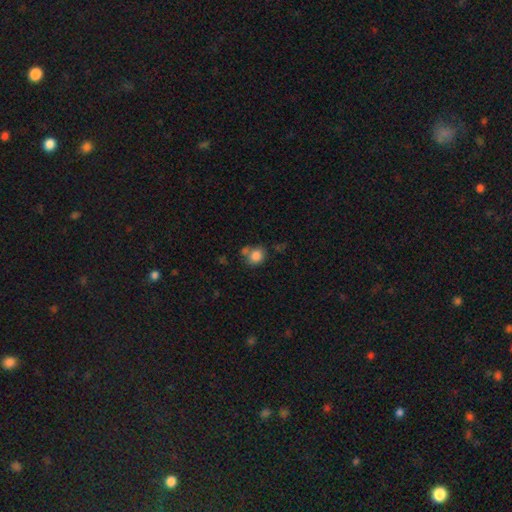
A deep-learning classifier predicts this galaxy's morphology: Smooth or featured? smooth (83%)
How rounded? round (68%)
Merging? none (52%)